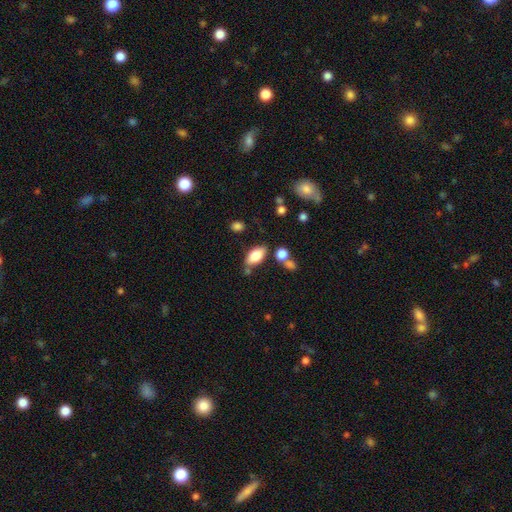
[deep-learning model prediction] A smooth galaxy with no disk features (80%) that is in between round and cigar-shaped (91%). Merging: none (71%).